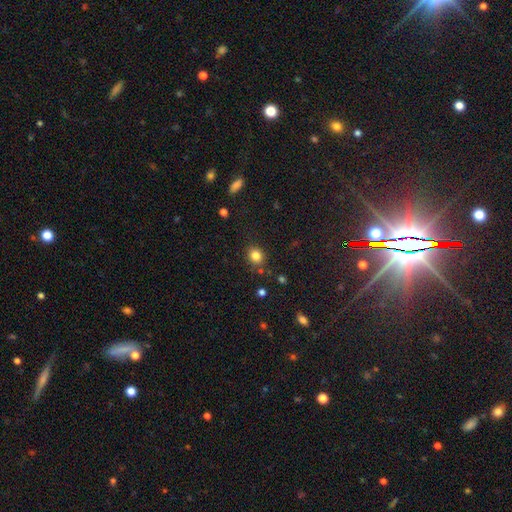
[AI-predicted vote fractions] smooth_or_featured: smooth (p=0.82) [alt: star or artifact p=0.12]
how_rounded: round (p=0.72) [alt: in between p=0.27]
merging: none (p=0.83) [alt: minor disturbance p=0.11]